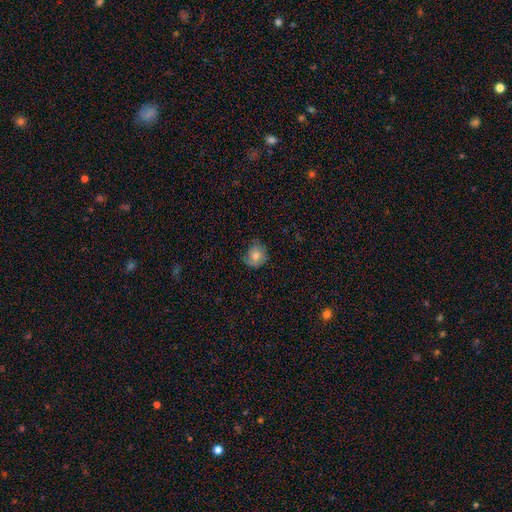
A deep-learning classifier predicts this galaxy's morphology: Smooth or featured? smooth (66%)
How rounded? round (73%)
Merging? none (57%)